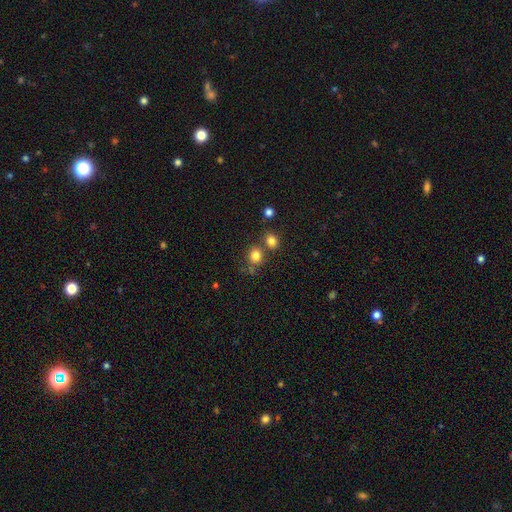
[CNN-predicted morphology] smooth-or-featured: smooth: 81% | star or artifact: 13% | featured or disk: 6%
  how-rounded: round: 73% | in between: 26% | cigar-shaped: 1%
  merging: none: 62% | merger: 23% | minor disturbance: 11% | major disturbance: 4%